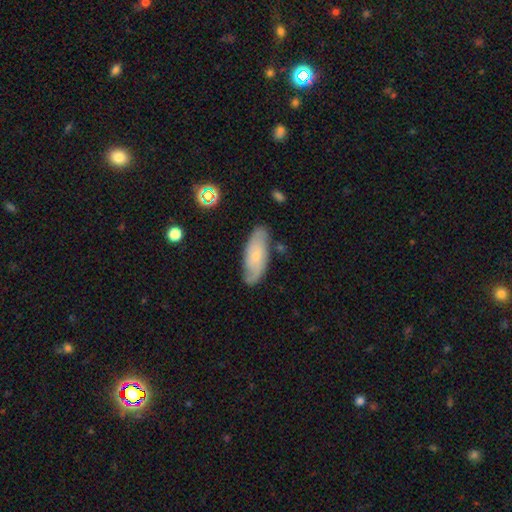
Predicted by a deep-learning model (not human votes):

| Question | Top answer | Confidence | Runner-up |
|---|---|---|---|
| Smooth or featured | featured or disk | 50% | smooth (43%) |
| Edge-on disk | no | 84% | yes (16%) |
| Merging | none | 75% | minor disturbance (19%) |